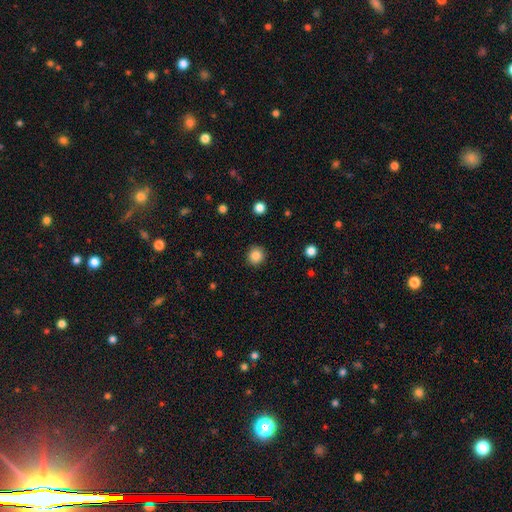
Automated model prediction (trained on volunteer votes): smooth_or_featured: smooth (p=0.86) [alt: star or artifact p=0.10]
how_rounded: round (p=0.91) [alt: in between p=0.08]
merging: none (p=0.91) [alt: minor disturbance p=0.06]